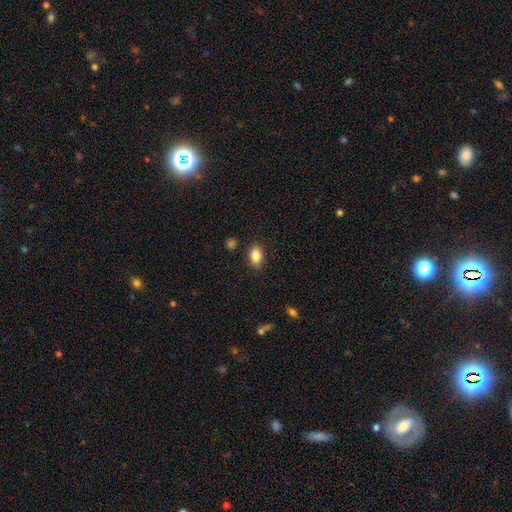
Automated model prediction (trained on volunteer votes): Smooth or featured? Predicted: smooth (p=0.85). How rounded? Predicted: in between (p=0.84). Merging? Predicted: none (p=0.84).